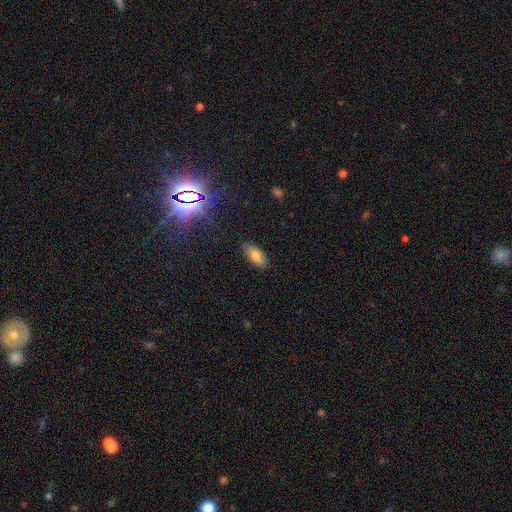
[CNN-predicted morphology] smooth_or_featured: smooth (p=0.78) [alt: featured or disk p=0.11]
how_rounded: in between (p=0.85) [alt: cigar-shaped p=0.12]
merging: none (p=0.86) [alt: minor disturbance p=0.11]